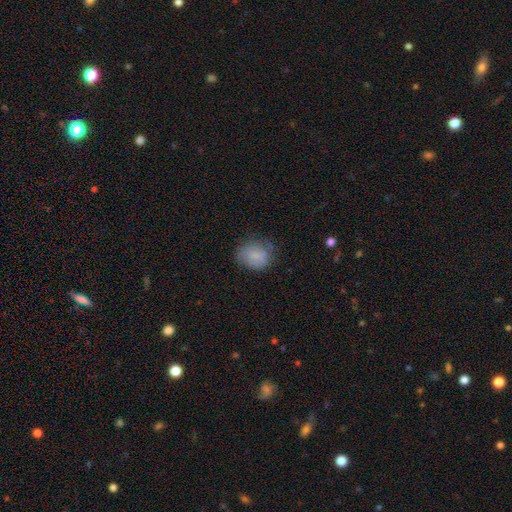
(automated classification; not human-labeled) smooth 72%, featured or disk 19%, star or artifact 9%. Down the decision tree: how rounded — round (57%); merging — none (61%).